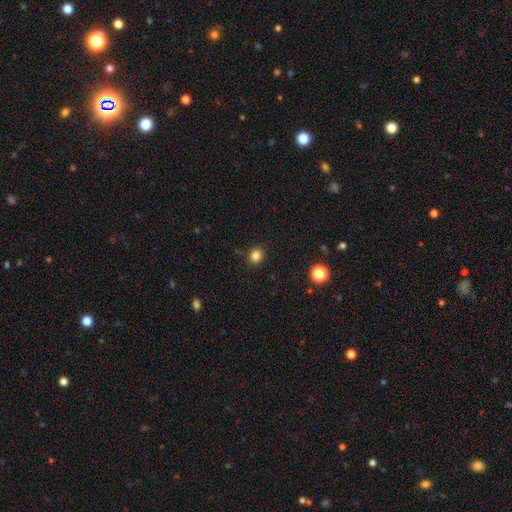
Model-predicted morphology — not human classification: A smooth galaxy with no disk features (83%) that is round (87%).

Vote fractions:
- Smooth or featured? smooth: 83% / star or artifact: 12% / featured or disk: 4%
- How rounded? round: 87% / in between: 13% / cigar-shaped: 1%
- Merging? none: 91% / minor disturbance: 6% / major disturbance: 2% / merger: 1%